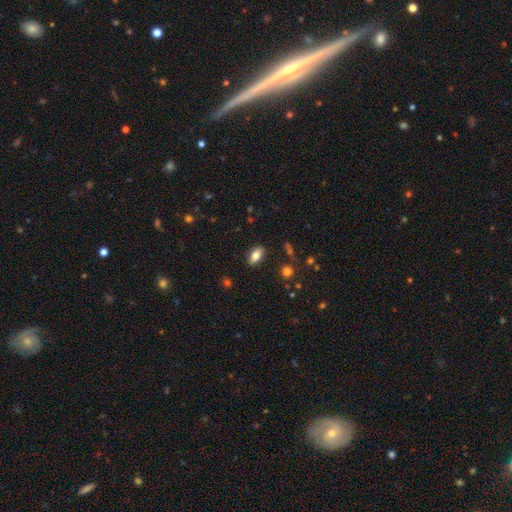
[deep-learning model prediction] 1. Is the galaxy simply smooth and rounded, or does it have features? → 79% smooth, 13% featured or disk, 8% star or artifact.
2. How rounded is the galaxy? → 89% in between, 6% cigar-shaped, 5% round.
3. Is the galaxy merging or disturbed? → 86% none, 10% minor disturbance, 2% major disturbance, 2% merger.